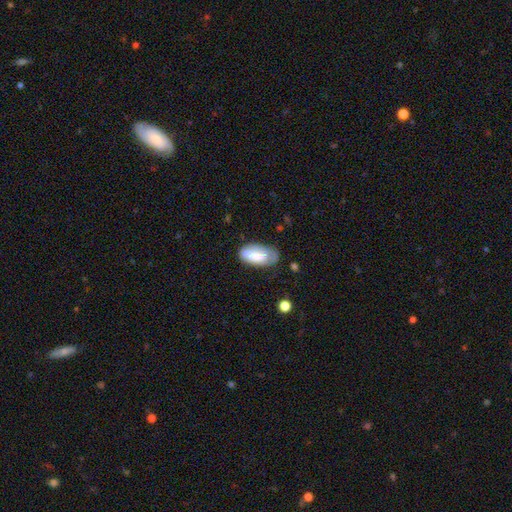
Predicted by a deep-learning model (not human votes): The model was most divided on "merging": none: 53%, minor disturbance: 33%, major disturbance: 12%, merger: 3%. More confident: how rounded — in between (90%); smooth or featured — smooth (72%).